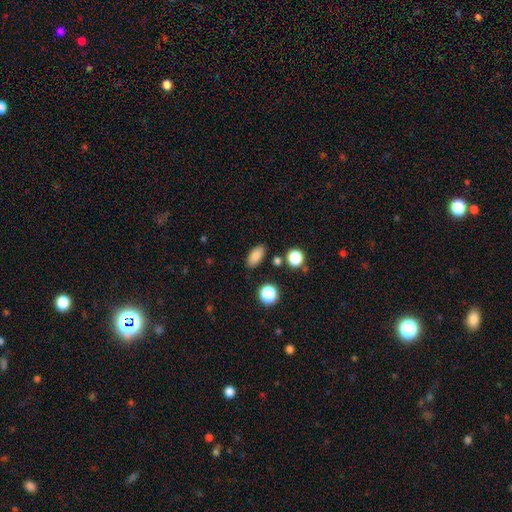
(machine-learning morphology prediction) This appears to be a smooth galaxy with no disk features (84%) that is in between round and cigar-shaped (86%). Merging: none (85%).